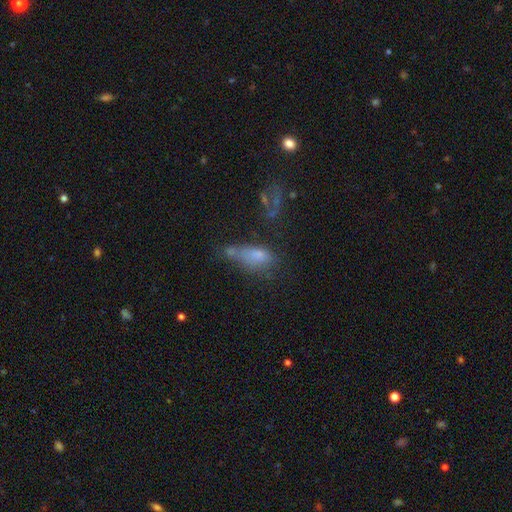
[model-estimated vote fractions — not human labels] This appears to be a smooth galaxy with no disk features (65%) that is in between round and cigar-shaped (76%). Merging: none (27%).